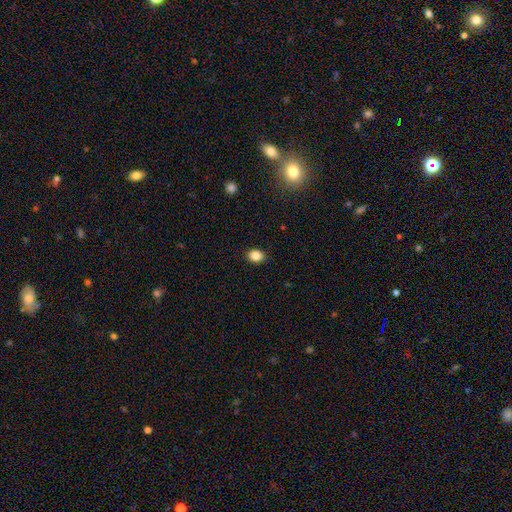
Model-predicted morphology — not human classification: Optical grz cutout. It shows a smooth galaxy with no disk features (86%) that is in between round and cigar-shaped (56%). Merging: none (89%).